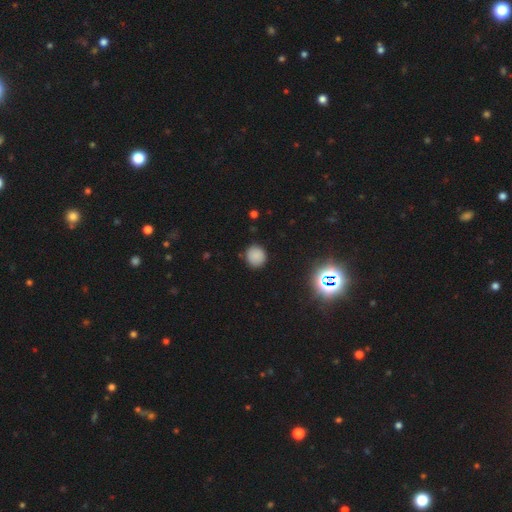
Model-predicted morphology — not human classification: type=smooth (82%); roundness=round (86%); merging=none (86%).